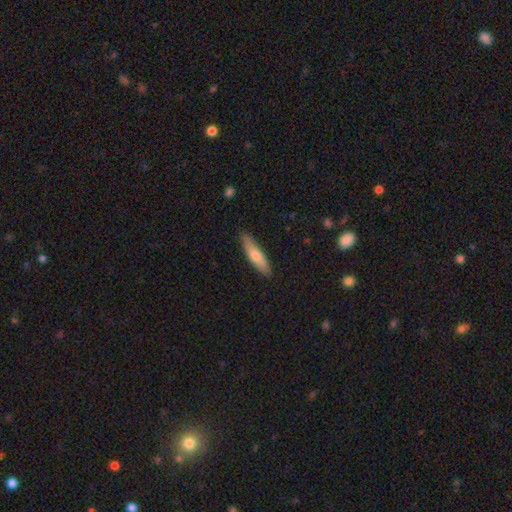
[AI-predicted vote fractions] This is likely a smooth galaxy (71%). How rounded: likely cigar-shaped (75%). Merging: clearly none (86%).